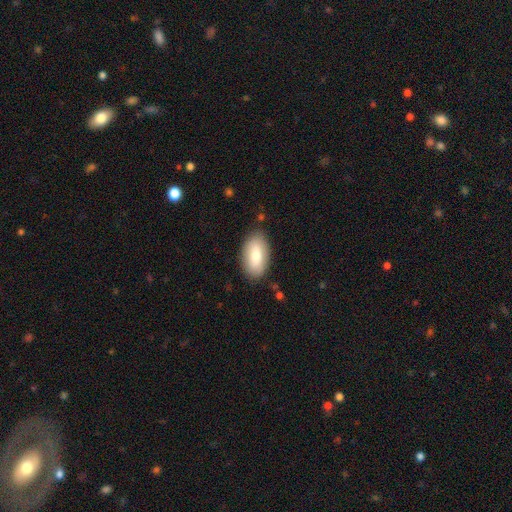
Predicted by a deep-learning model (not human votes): This appears to be a smooth galaxy with no disk features (76%) that is in between round and cigar-shaped (94%). Merging: none (84%).